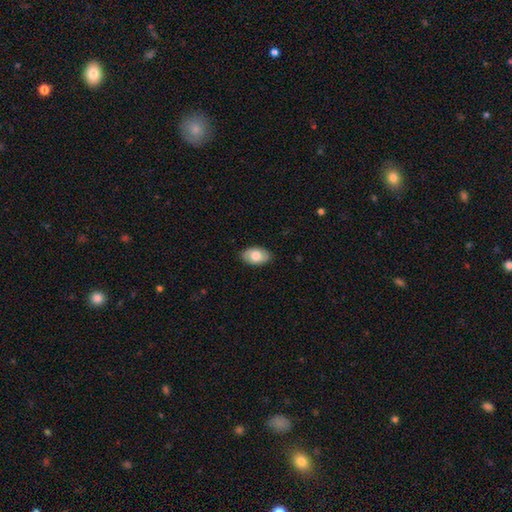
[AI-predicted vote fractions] This is likely a smooth galaxy (76%). How rounded: clearly in between (92%). Merging: clearly none (87%).